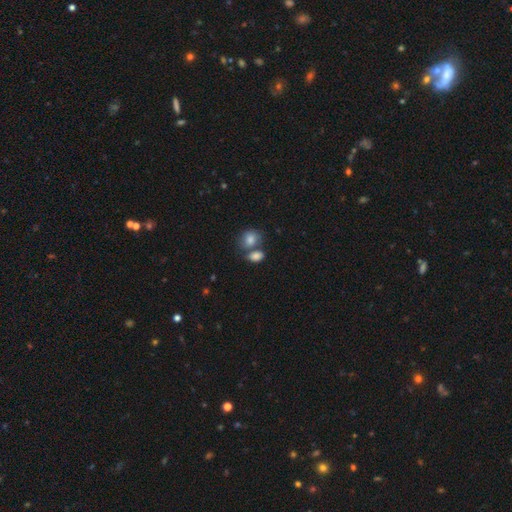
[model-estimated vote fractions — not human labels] Smooth or featured: smooth — 84% (star or artifact — 9%)
How rounded: in between — 74% (round — 24%)
Merging: merger — 42% (none — 41%)